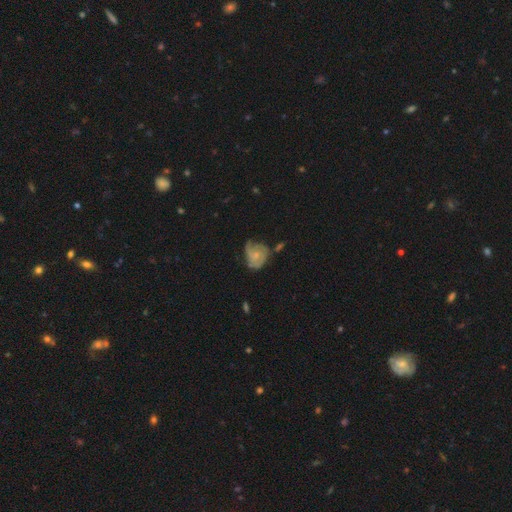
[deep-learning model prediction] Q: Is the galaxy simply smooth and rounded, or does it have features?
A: featured or disk — 72%.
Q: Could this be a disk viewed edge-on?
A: no — 98%.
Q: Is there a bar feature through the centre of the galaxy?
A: no — 70%.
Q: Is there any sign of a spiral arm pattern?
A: yes — 91%.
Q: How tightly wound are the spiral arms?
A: tight — 49%.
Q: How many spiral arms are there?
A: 2 — 34%.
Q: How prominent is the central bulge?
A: small — 59%.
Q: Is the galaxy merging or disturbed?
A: none — 48%.